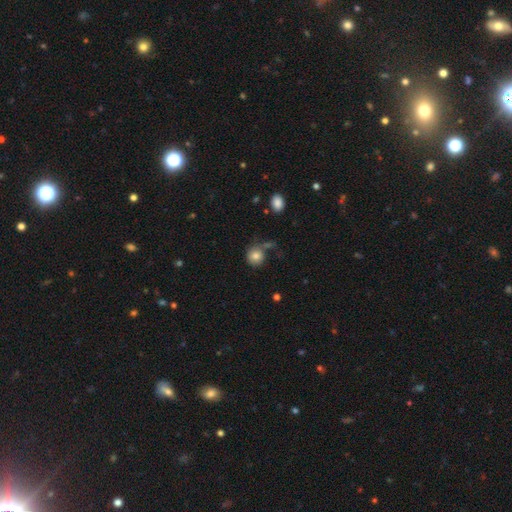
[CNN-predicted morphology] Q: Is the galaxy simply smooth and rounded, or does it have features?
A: smooth — 82%.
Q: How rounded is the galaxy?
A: round — 86%.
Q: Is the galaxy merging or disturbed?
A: none — 60%.